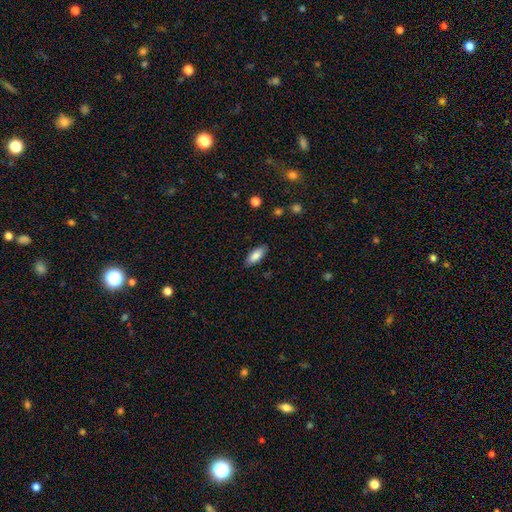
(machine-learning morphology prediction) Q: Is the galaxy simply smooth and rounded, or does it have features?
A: smooth — 85%.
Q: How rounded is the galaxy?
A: in between — 78%.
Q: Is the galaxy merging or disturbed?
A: none — 86%.